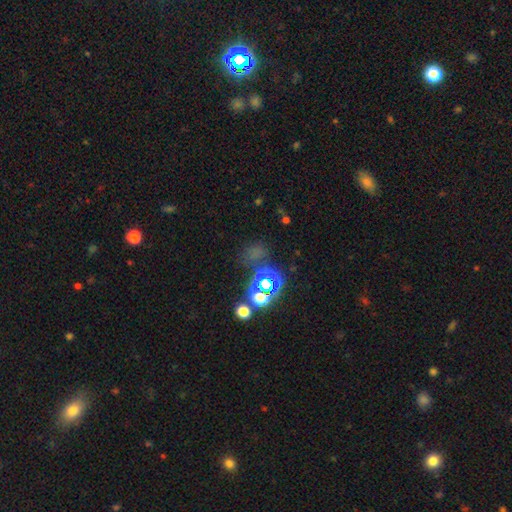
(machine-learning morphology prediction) type=star or artifact (62%).